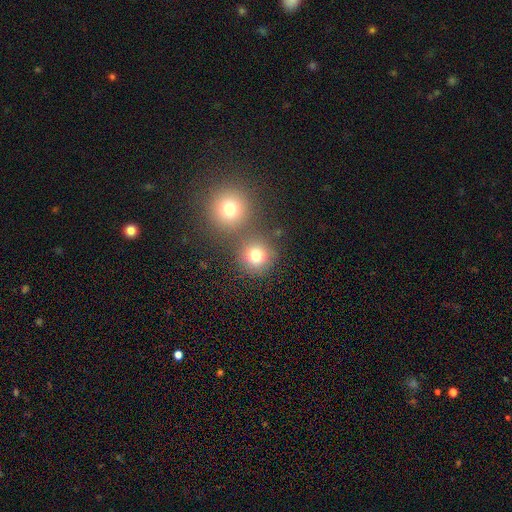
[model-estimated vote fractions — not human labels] This appears to be a smooth galaxy with no disk features (78%) that is round (90%). Merging: none (62%).